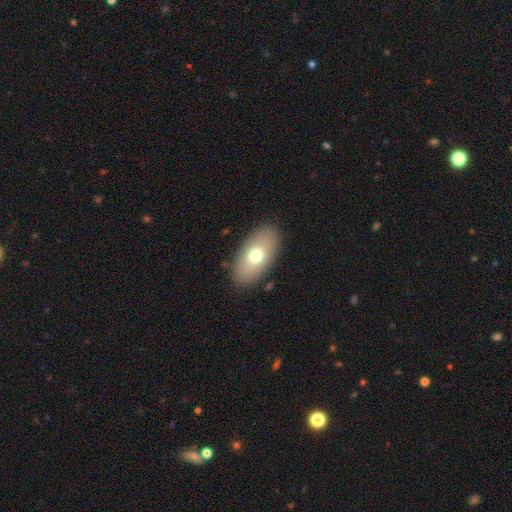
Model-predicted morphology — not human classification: A smooth galaxy with no disk features (69%) that is in between round and cigar-shaped (92%).

Vote fractions:
- Smooth or featured? smooth: 69% / featured or disk: 23% / star or artifact: 7%
- How rounded? in between: 92% / round: 4% / cigar-shaped: 4%
- Merging? none: 87% / minor disturbance: 9% / major disturbance: 3% / merger: 1%